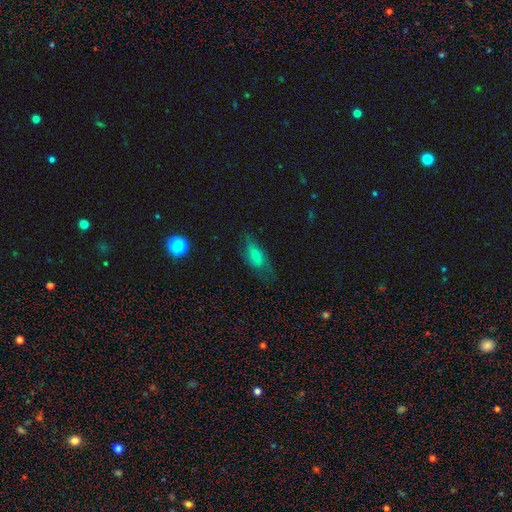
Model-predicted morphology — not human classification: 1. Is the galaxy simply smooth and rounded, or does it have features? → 64% smooth, 27% featured or disk, 9% star or artifact.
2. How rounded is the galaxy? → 78% in between, 18% cigar-shaped, 4% round.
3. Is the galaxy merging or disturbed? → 59% none, 27% minor disturbance, 12% major disturbance, 2% merger.